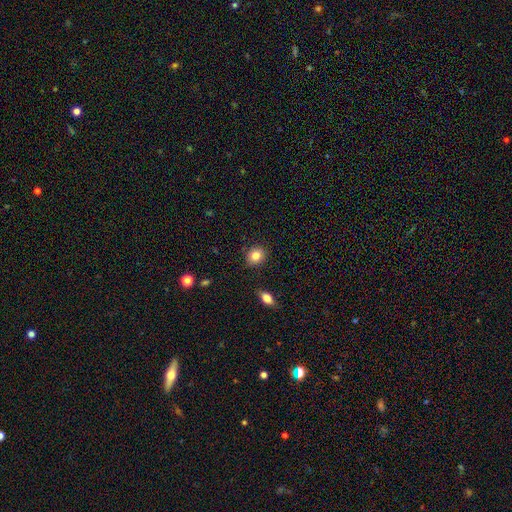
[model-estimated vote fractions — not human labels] Smooth or featured? Predicted: smooth (p=0.83). How rounded? Predicted: round (p=0.75). Merging? Predicted: none (p=0.88).